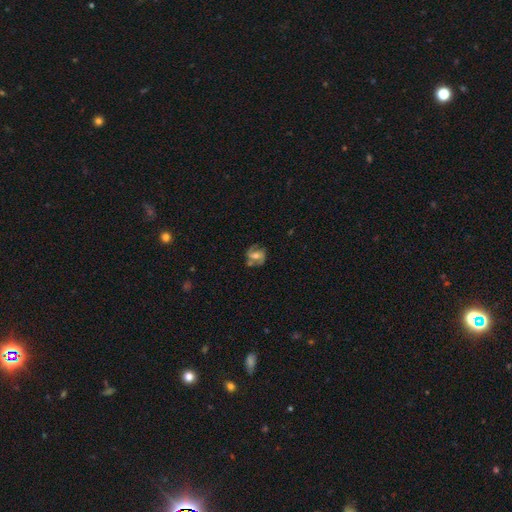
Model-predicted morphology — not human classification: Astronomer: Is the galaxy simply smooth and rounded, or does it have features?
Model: featured or disk — 68%.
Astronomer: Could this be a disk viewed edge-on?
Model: no — 97%.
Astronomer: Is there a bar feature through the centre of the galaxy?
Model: weak — 43% (runner-up: no, 36%).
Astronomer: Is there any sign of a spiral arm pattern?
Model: yes — 88%.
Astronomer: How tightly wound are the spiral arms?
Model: medium — 50% (runner-up: tight, 26%).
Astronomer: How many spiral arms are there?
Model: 2 — 83%.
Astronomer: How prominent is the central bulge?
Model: moderate — 63%.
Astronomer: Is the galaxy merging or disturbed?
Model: none — 68%.